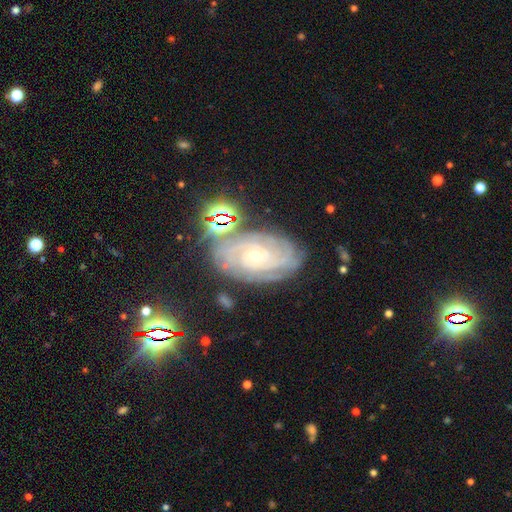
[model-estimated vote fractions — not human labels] Smooth or featured?
  - featured or disk: 76% *
  - star or artifact: 13%
  - smooth: 10%
Edge-on disk?
  - no: 95% *
  - yes: 5%
Bar?
  - no: 74% *
  - weak: 20%
  - strong: 6%
Spiral arms?
  - yes: 95% *
  - no: 5%
Spiral winding?
  - tight: 80% *
  - medium: 16%
  - loose: 4%
Spiral arm count?
  - can't tell: 36% *
  - 4: 19%
  - 3: 15%
  - more than 4: 12%
  - 2: 12%
  - 1: 6%
Bulge size?
  - small: 72% *
  - moderate: 24%
  - large: 1%
  - none: 1%
  - dominant: 1%
Merging?
  - none: 76% *
  - minor disturbance: 15%
  - major disturbance: 5%
  - merger: 4%